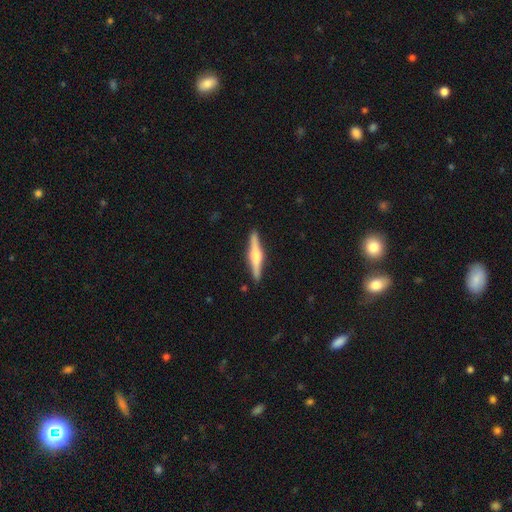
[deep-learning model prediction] Smooth or featured?
  - featured or disk: 68% *
  - smooth: 26%
  - star or artifact: 5%
Edge-on disk?
  - yes: 98% *
  - no: 2%
Edge-on bulge?
  - rounded: 81% *
  - boxy: 14%
  - none: 5%
Merging?
  - none: 91% *
  - minor disturbance: 7%
  - major disturbance: 1%
  - merger: 1%